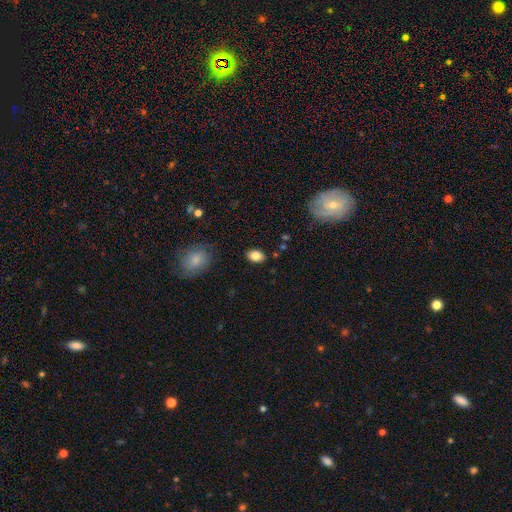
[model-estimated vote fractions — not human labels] smooth-or-featured: smooth: 83% | star or artifact: 9% | featured or disk: 8%
  how-rounded: in between: 83% | round: 16% | cigar-shaped: 2%
  merging: none: 85% | minor disturbance: 11% | major disturbance: 3% | merger: 2%